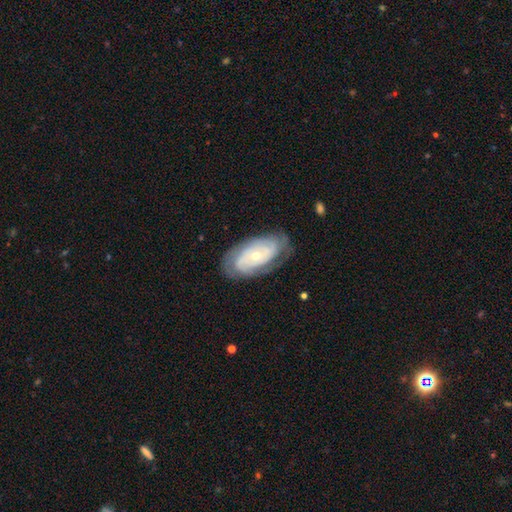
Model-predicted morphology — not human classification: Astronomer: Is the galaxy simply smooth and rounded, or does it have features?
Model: featured or disk — 76%.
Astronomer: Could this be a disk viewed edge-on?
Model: no — 94%.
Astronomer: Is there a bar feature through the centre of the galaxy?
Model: no — 79%.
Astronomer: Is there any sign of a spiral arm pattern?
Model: yes — 84%.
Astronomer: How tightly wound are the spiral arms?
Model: tight — 68%.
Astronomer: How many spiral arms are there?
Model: can't tell — 41% (runner-up: 2, 38%).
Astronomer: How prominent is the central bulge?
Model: small — 59% (runner-up: moderate, 38%).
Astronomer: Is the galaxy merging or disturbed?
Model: none — 73%.